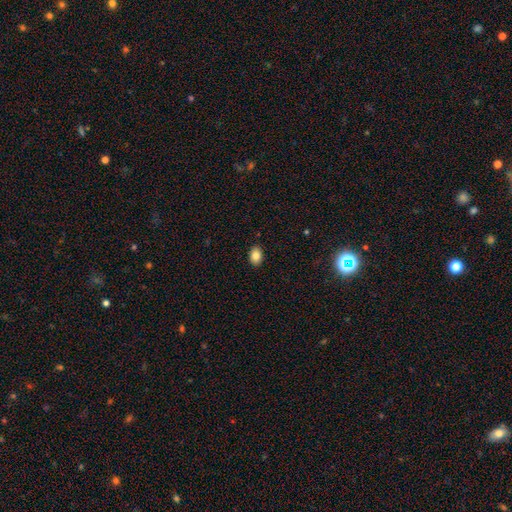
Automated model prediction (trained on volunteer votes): Overall: smooth (85%). How rounded: in between (80%). Merging: none (89%).